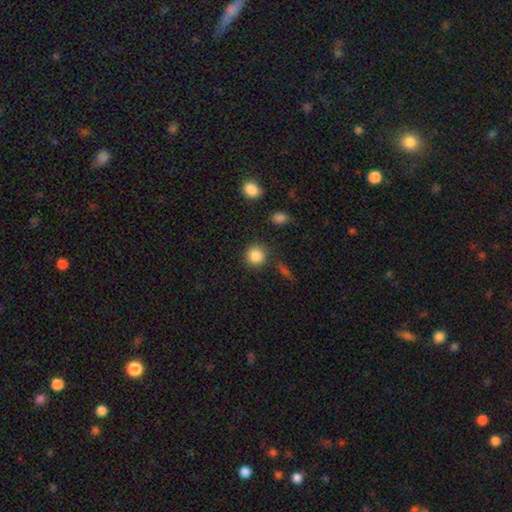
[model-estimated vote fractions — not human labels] Smooth or featured? smooth (86%)
How rounded? round (92%)
Merging? none (86%)